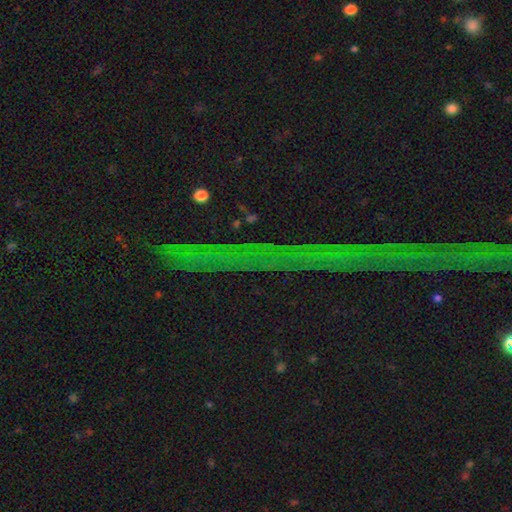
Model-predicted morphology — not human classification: This is clearly a star or artifact rather than a galaxy (82%).